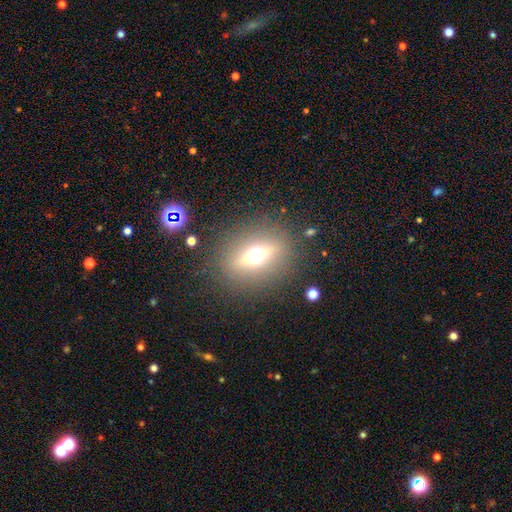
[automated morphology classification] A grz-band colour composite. It shows a featured or disk galaxy (44%). Merging: none (86%).